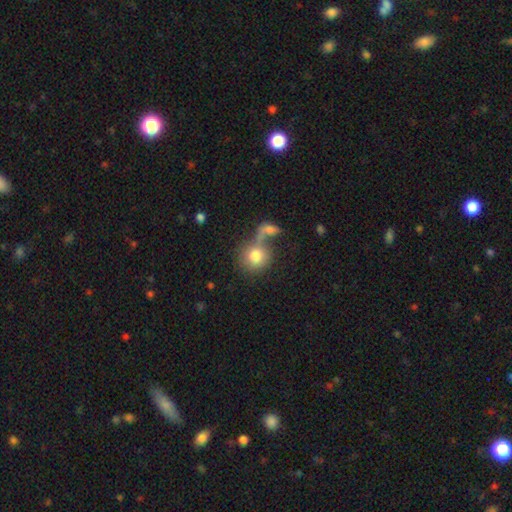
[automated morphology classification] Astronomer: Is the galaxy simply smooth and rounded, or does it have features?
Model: smooth — 78%.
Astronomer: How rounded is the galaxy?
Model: round — 84%.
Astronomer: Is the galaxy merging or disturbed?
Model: merger — 44% (runner-up: none, 33%).